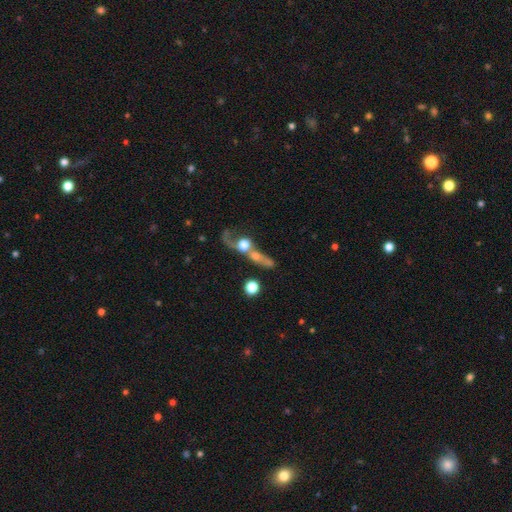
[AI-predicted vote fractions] The model was most divided on "smooth or featured": featured or disk: 51%, smooth: 34%, star or artifact: 16%. More confident: edge-on disk — no (69%); merging — merger (52%).